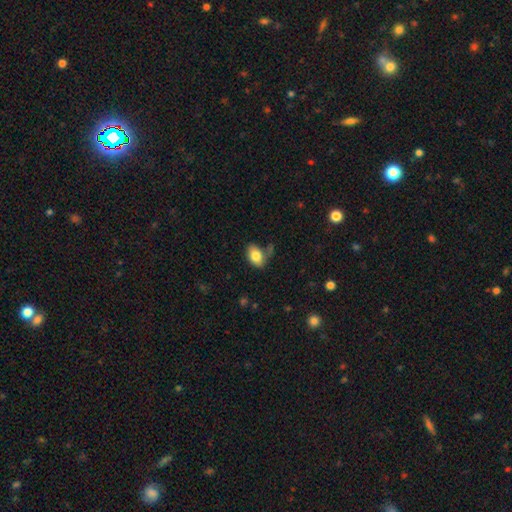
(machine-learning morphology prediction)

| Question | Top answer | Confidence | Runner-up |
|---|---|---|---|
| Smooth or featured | smooth | 82% | featured or disk (10%) |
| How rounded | in between | 87% | round (12%) |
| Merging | none | 59% | minor disturbance (24%) |